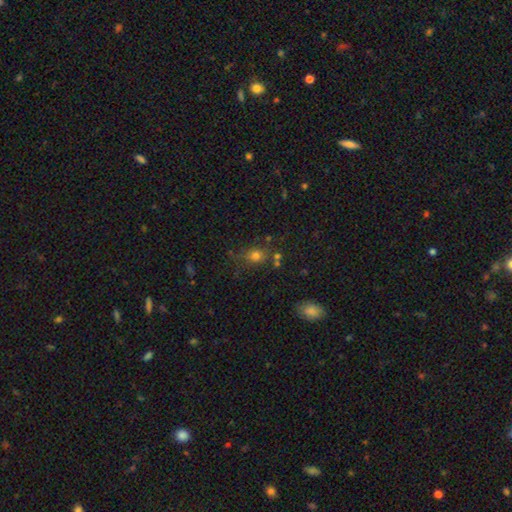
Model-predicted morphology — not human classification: A smooth galaxy with no disk features (71%) that is round (67%). Merging: none (67%).